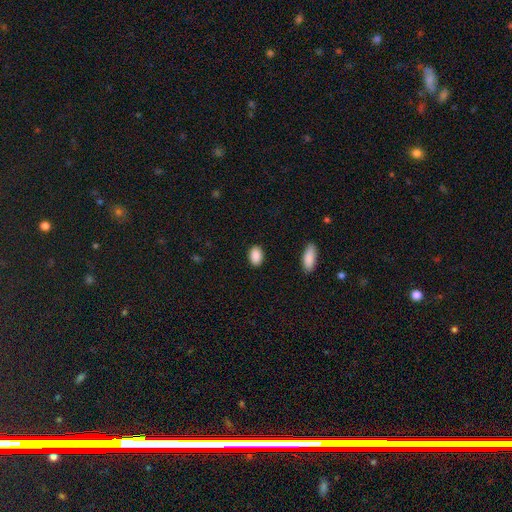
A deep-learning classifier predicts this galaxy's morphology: Overall: smooth (90%). How rounded: in between (84%). Merging: none (88%).